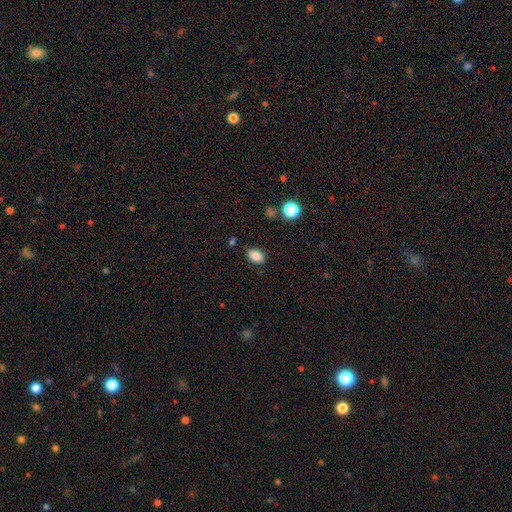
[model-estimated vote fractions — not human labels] Smooth or featured: smooth — 85% (star or artifact — 10%)
How rounded: in between — 83% (round — 16%)
Merging: none — 82% (minor disturbance — 12%)